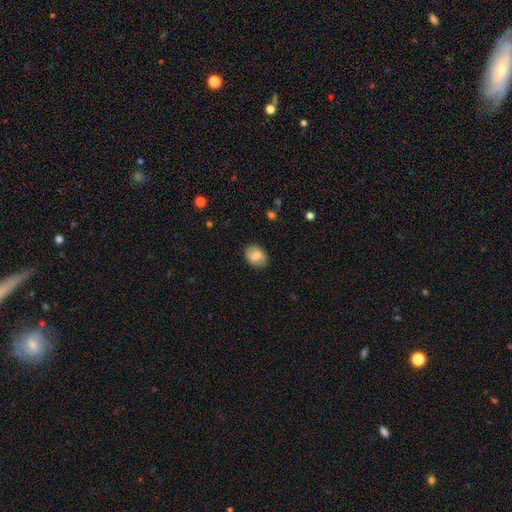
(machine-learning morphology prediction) smooth 66%, featured or disk 26%, star or artifact 7%. Down the decision tree: how rounded — in between (65%); merging — none (84%).